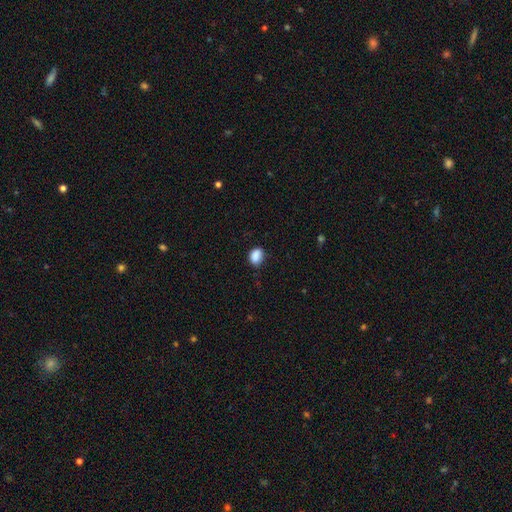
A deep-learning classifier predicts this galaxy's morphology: This is clearly a smooth galaxy (88%). How rounded: likely in between (69%). Merging: likely none (76%).